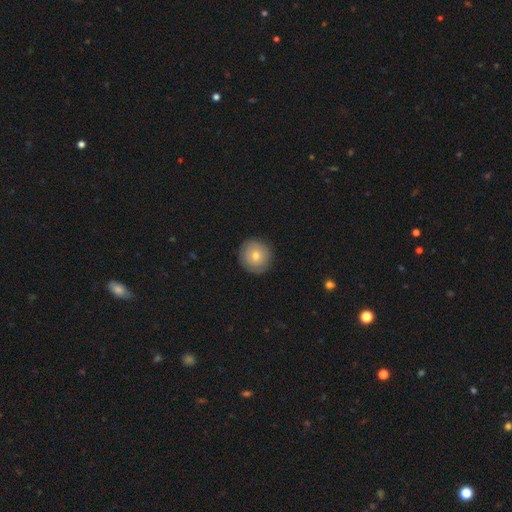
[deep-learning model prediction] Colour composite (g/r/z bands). It shows a smooth galaxy with no disk features (60%) that is round (91%). Merging: none (88%).